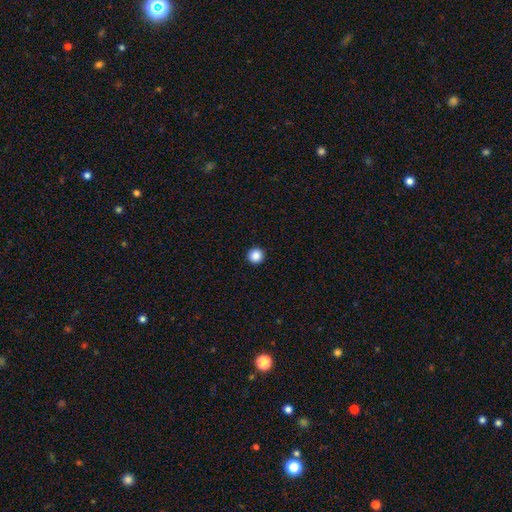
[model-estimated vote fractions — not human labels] Morphology: type=smooth (87%); roundness=round (97%); merging=none (94%).